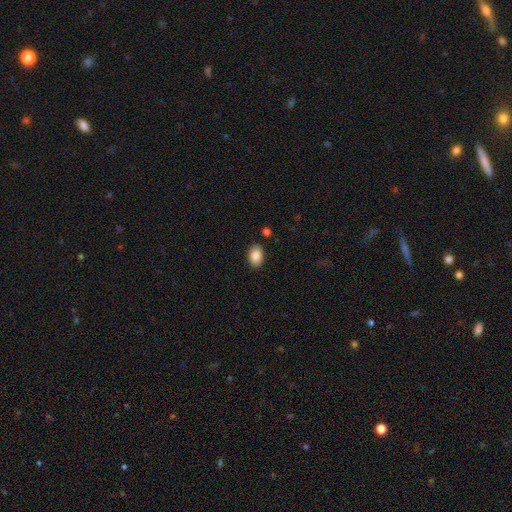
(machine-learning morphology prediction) Q: Smooth or featured?
A: smooth (85%); runner-up: featured or disk (8%)
Q: How rounded?
A: in between (85%); runner-up: round (14%)
Q: Merging?
A: none (87%); runner-up: minor disturbance (9%)